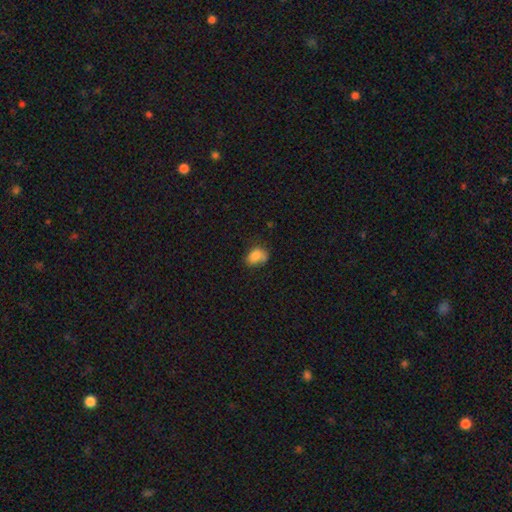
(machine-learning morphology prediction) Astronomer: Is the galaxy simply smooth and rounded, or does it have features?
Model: smooth — 80%.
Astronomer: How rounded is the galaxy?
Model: in between — 75%.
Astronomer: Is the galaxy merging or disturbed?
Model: none — 48% (runner-up: minor disturbance, 30%).